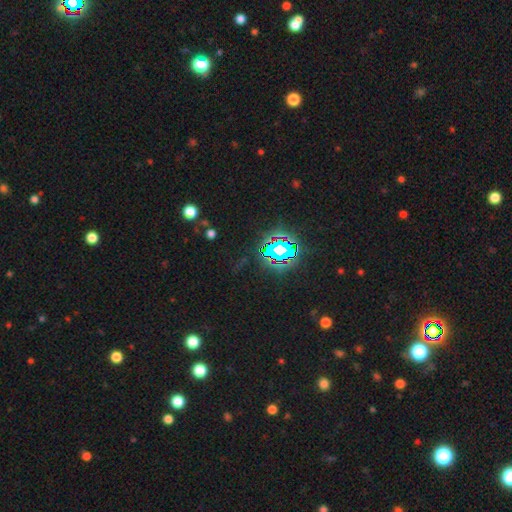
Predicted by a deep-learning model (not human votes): Morphology: type=star or artifact (82%).